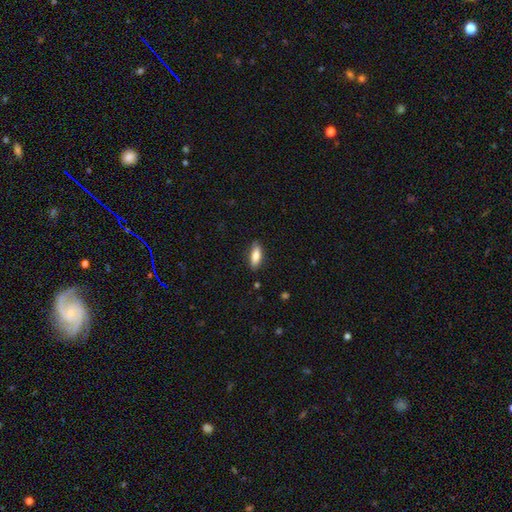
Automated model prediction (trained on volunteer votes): The model was most divided on "how rounded": in between: 64%, cigar-shaped: 34%, round: 2%. More confident: merging — none (84%); smooth or featured — smooth (82%).